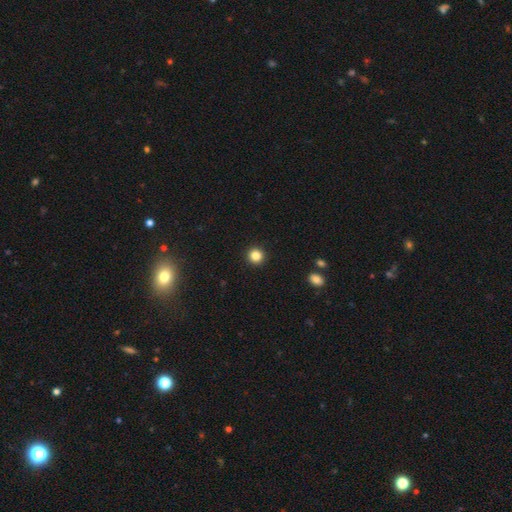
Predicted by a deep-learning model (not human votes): A smooth galaxy with no disk features (84%) that is round (94%).

Vote fractions:
- Smooth or featured? smooth: 84% / star or artifact: 11% / featured or disk: 4%
- How rounded? round: 94% / in between: 5% / cigar-shaped: 1%
- Merging? none: 93% / minor disturbance: 4% / major disturbance: 1% / merger: 1%